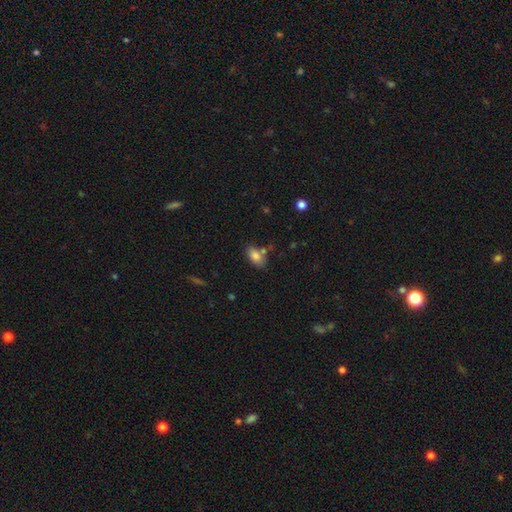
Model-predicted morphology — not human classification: This is clearly a smooth galaxy (82%). How rounded: clearly in between (91%). Merging: likely none (67%).